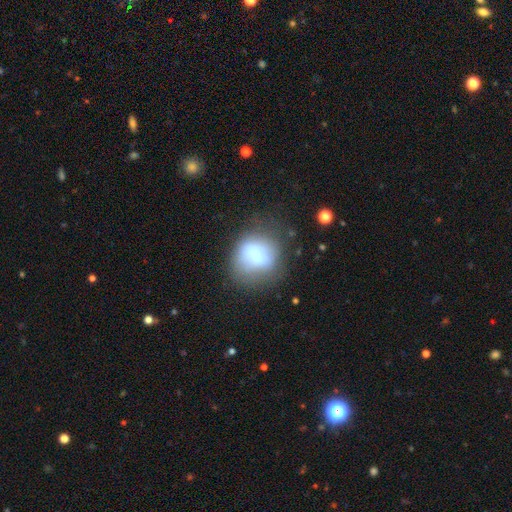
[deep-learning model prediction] Overall: smooth (68%). How rounded: round (69%; in between 30%). Merging: none (52%; minor disturbance 25%).